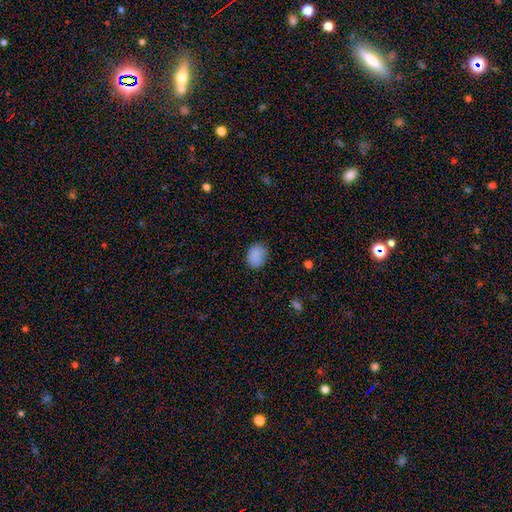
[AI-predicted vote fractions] A smooth galaxy with no disk features (87%) that is in between round and cigar-shaped (54%).

Vote fractions:
- Smooth or featured? smooth: 87% / star or artifact: 9% / featured or disk: 4%
- How rounded? in between: 54% / round: 46% / cigar-shaped: 1%
- Merging? none: 81% / minor disturbance: 15% / major disturbance: 3% / merger: 1%